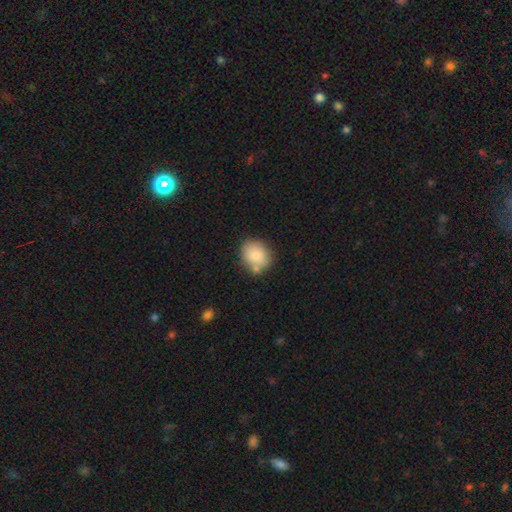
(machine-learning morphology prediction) smooth-or-featured: smooth: 84% | featured or disk: 9% | star or artifact: 8%
  how-rounded: round: 63% | in between: 36% | cigar-shaped: 1%
  merging: none: 68% | minor disturbance: 16% | merger: 12% | major disturbance: 4%